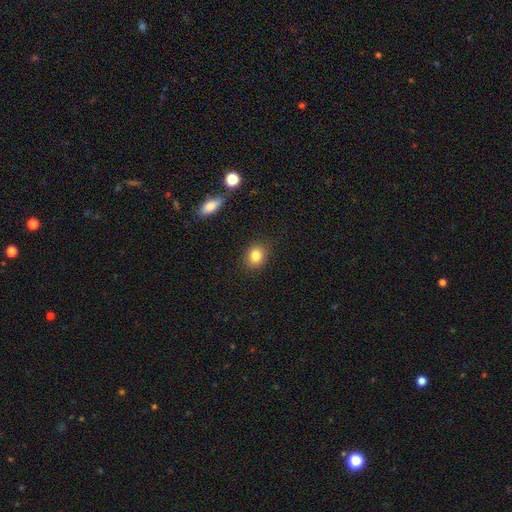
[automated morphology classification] Smooth or featured? smooth (84%)
How rounded? round (62%)
Merging? none (87%)